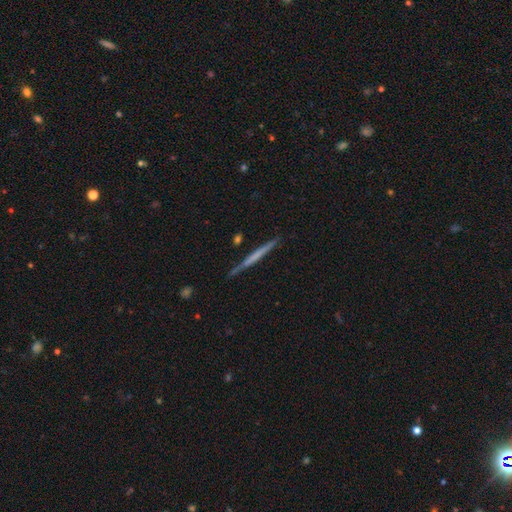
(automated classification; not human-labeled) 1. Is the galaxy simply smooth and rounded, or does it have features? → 52% featured or disk, 43% smooth, 5% star or artifact.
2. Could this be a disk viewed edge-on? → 97% yes, 3% no.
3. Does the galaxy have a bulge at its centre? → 86% none, 8% rounded, 6% boxy.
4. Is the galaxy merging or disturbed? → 88% none, 9% minor disturbance, 2% merger, 2% major disturbance.